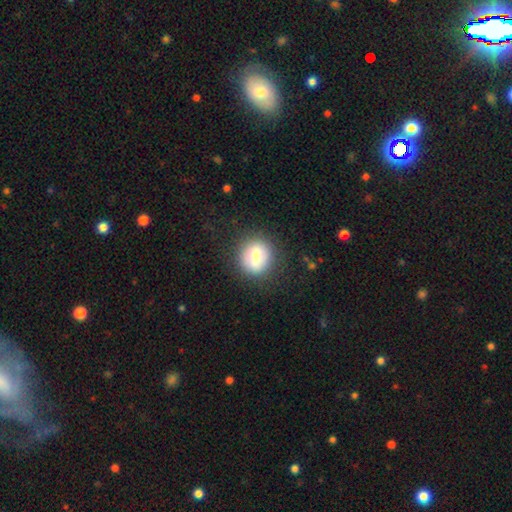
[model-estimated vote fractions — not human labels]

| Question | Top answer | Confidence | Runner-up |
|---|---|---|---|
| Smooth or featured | smooth | 66% | featured or disk (25%) |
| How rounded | round | 87% | in between (12%) |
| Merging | none | 84% | minor disturbance (10%) |